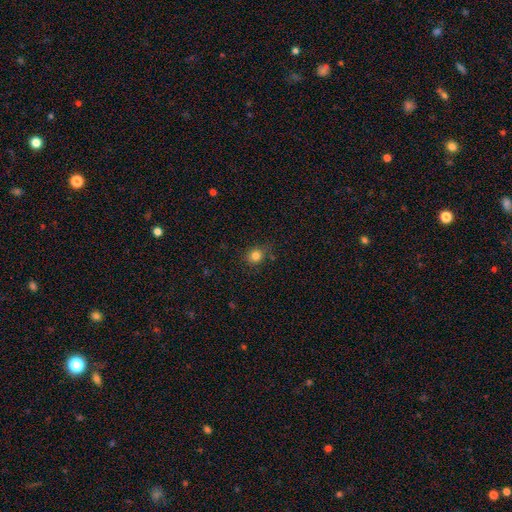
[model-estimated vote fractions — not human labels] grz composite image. It shows a smooth galaxy with no disk features (82%) that is round (74%). Merging: none (78%).